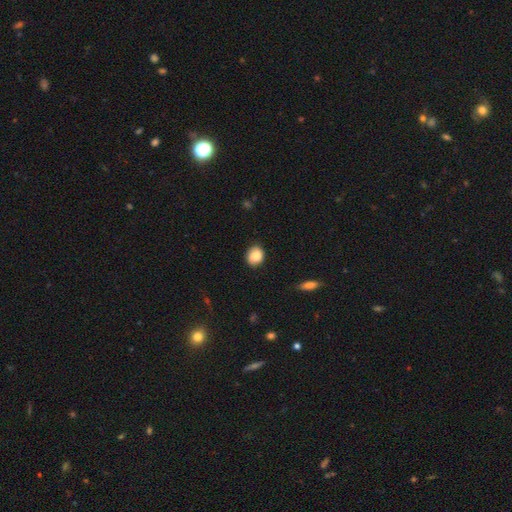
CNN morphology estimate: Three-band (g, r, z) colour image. It shows a smooth galaxy with no disk features (85%) that is round (61%). Merging: none (84%).